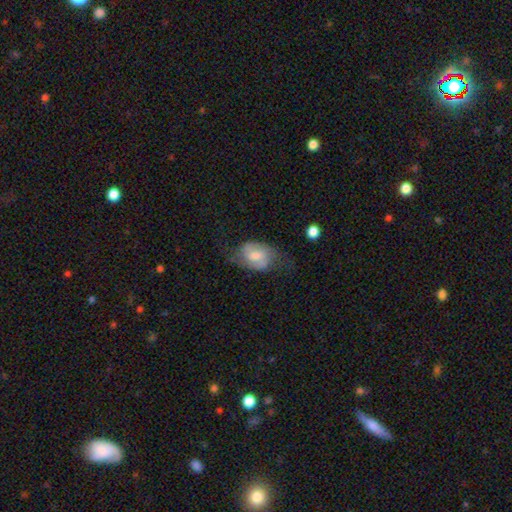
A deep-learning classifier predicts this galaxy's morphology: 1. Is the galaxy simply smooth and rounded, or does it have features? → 48% featured or disk, 45% smooth, 7% star or artifact.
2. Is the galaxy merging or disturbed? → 50% none, 29% minor disturbance, 19% major disturbance, 2% merger.